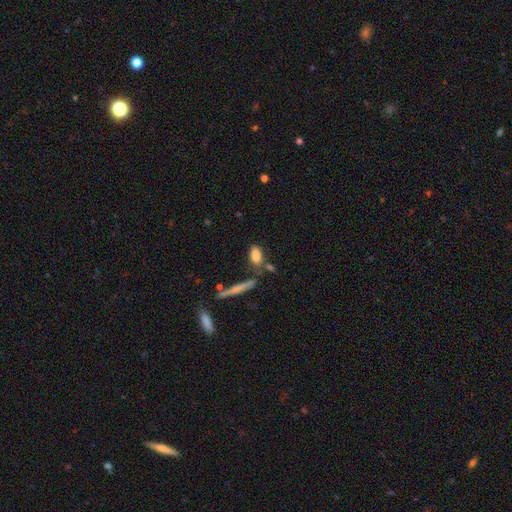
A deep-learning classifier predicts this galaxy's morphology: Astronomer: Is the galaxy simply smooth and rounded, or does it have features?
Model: smooth — 81%.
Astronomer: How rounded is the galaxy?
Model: in between — 82%.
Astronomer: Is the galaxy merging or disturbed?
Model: none — 61%.